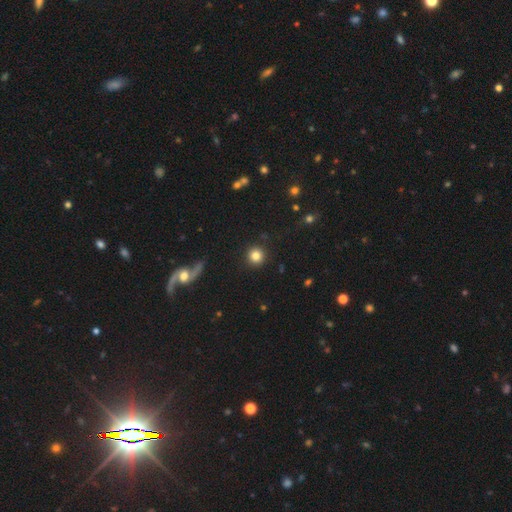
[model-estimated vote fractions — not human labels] This is clearly a smooth galaxy (84%). How rounded: clearly round (94%). Merging: clearly none (92%).